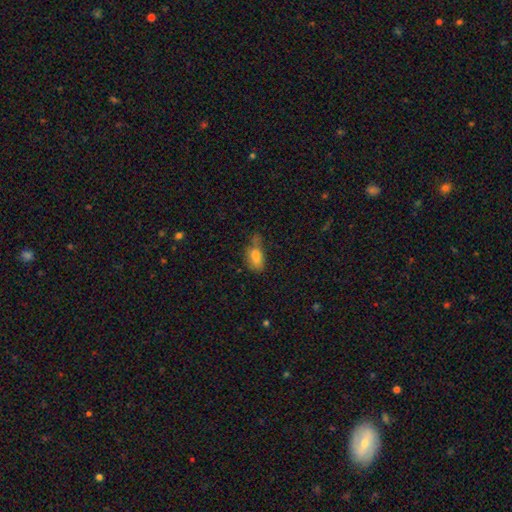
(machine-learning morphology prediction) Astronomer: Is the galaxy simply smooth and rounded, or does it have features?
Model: smooth — 79%.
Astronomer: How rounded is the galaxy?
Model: in between — 86%.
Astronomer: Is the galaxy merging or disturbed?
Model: none — 43% (runner-up: minor disturbance, 32%).